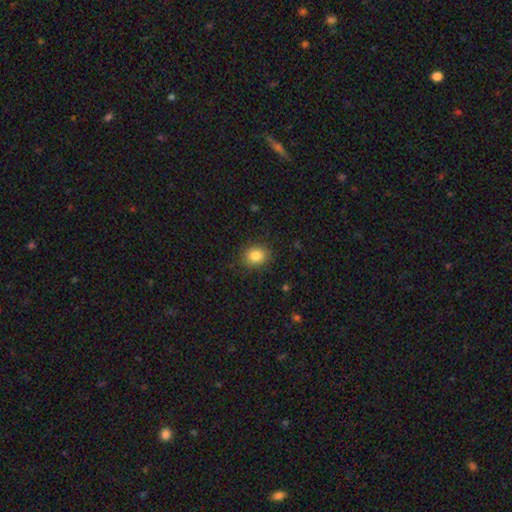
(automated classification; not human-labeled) Smooth or featured? smooth (84%)
How rounded? round (55%)
Merging? none (86%)